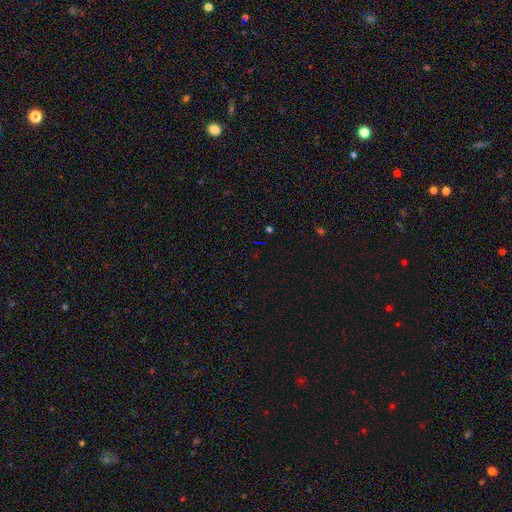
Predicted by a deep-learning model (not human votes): A star or artifact, not a galaxy (72%).

Vote fractions:
- Smooth or featured? star or artifact: 72% / smooth: 20% / featured or disk: 8%